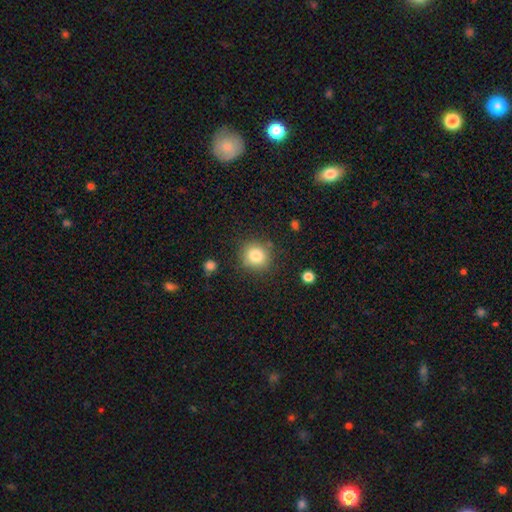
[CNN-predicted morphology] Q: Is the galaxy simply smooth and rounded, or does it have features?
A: smooth — 82%.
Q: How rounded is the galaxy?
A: round — 87%.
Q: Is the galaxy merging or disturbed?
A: none — 84%.